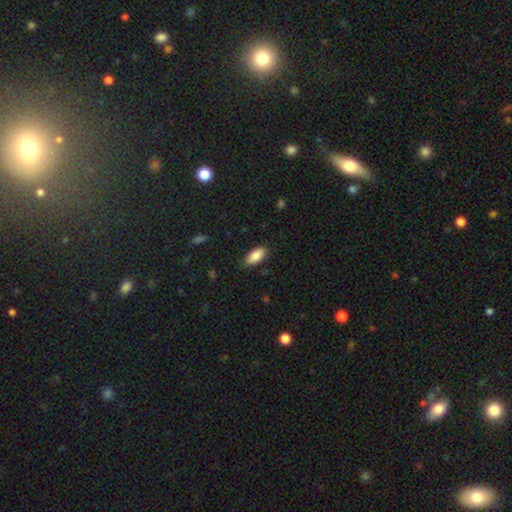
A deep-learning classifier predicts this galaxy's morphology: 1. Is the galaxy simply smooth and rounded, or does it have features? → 87% smooth, 7% star or artifact, 6% featured or disk.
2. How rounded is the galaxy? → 90% in between, 7% cigar-shaped, 2% round.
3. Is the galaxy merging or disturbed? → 84% none, 12% minor disturbance, 2% major disturbance, 1% merger.